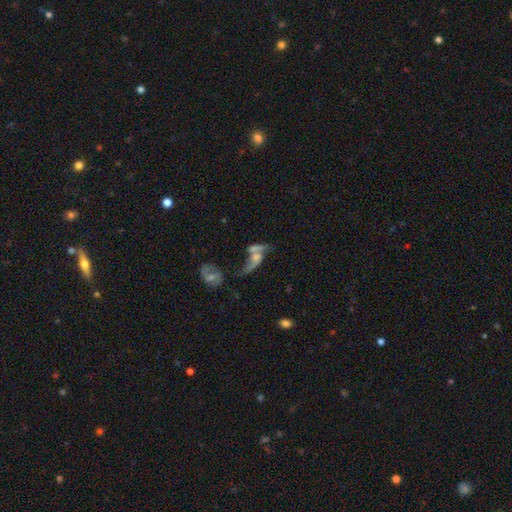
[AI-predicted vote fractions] featured or disk 69%, smooth 21%, star or artifact 10%. Down the decision tree: edge-on disk — no (90%); bar — no (59%); spiral arms — yes (76%); bulge size — none (37%); merging — merger (43%).